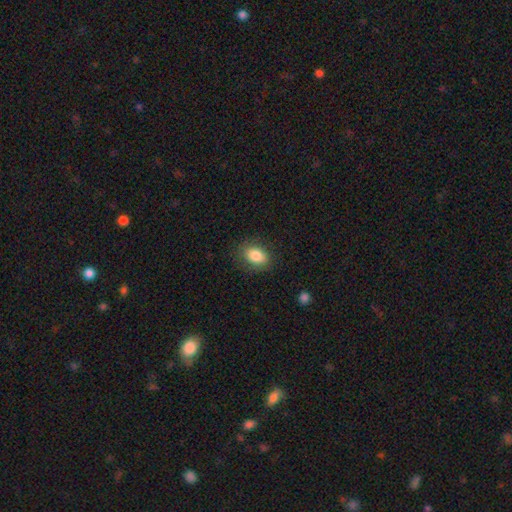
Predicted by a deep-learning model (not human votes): Smooth or featured? Predicted: smooth (p=0.84). How rounded? Predicted: in between (p=0.80). Merging? Predicted: none (p=0.84).